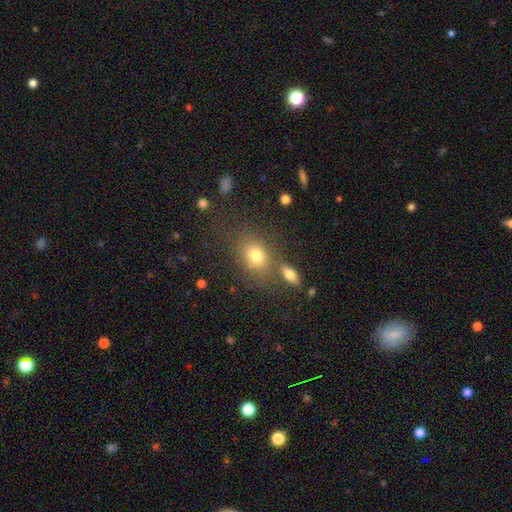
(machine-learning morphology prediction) A smooth galaxy with no disk features (75%) that is in between round and cigar-shaped (61%).

Vote fractions:
- Smooth or featured? smooth: 75% / star or artifact: 13% / featured or disk: 12%
- How rounded? in between: 61% / round: 37% / cigar-shaped: 2%
- Merging? none: 66% / merger: 15% / minor disturbance: 13% / major disturbance: 6%